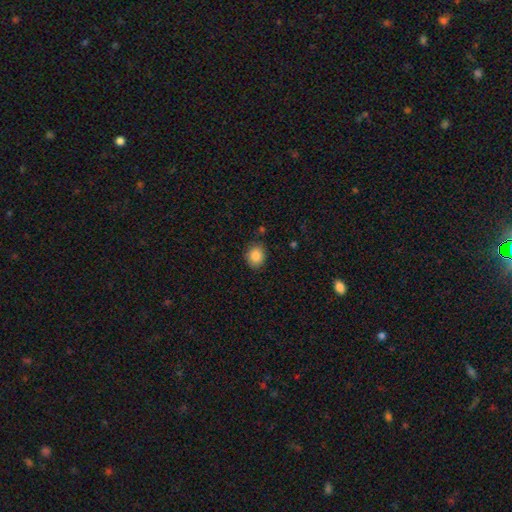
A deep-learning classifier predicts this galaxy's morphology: Smooth or featured? smooth (87%)
How rounded? round (66%)
Merging? none (81%)